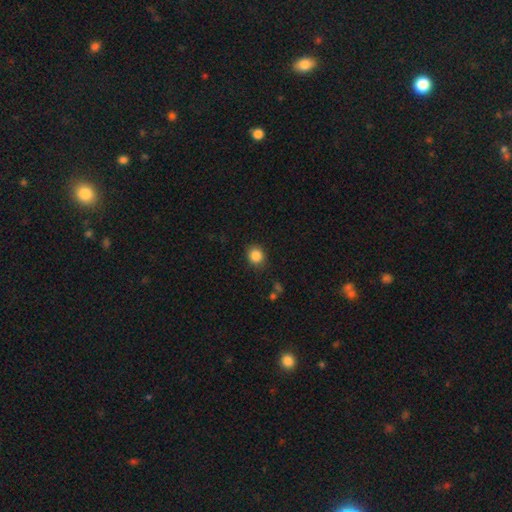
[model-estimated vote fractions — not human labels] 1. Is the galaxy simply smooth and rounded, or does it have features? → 86% smooth, 10% star or artifact, 4% featured or disk.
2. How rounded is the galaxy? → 79% round, 20% in between, 1% cigar-shaped.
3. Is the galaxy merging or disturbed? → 87% none, 9% minor disturbance, 3% major disturbance, 1% merger.